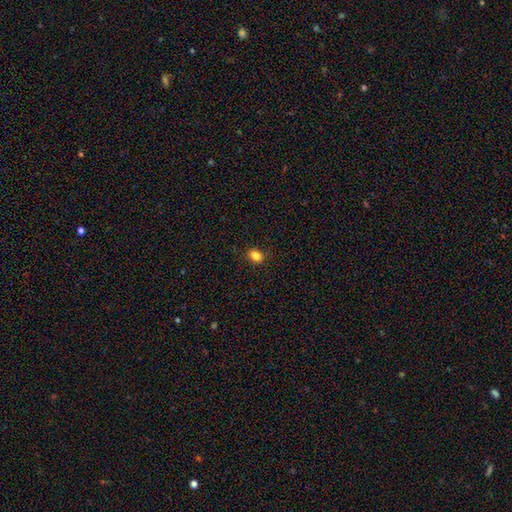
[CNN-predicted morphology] Smooth or featured?
  - smooth: 84% *
  - star or artifact: 11%
  - featured or disk: 5%
How rounded?
  - in between: 69% *
  - round: 29%
  - cigar-shaped: 2%
Merging?
  - none: 87% *
  - minor disturbance: 9%
  - major disturbance: 2%
  - merger: 1%